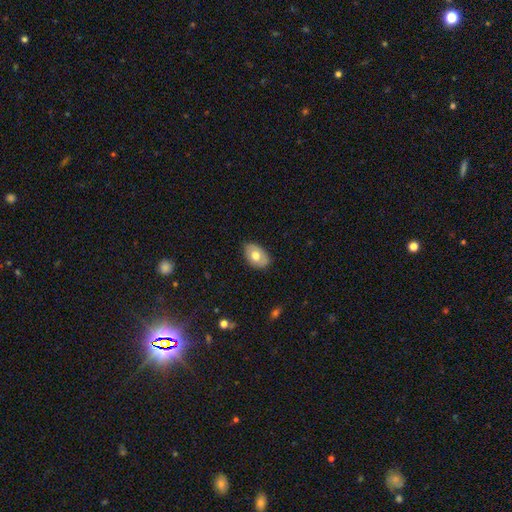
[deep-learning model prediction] This appears to be a smooth galaxy with no disk features (68%) that is in between round and cigar-shaped (87%). Merging: none (78%).